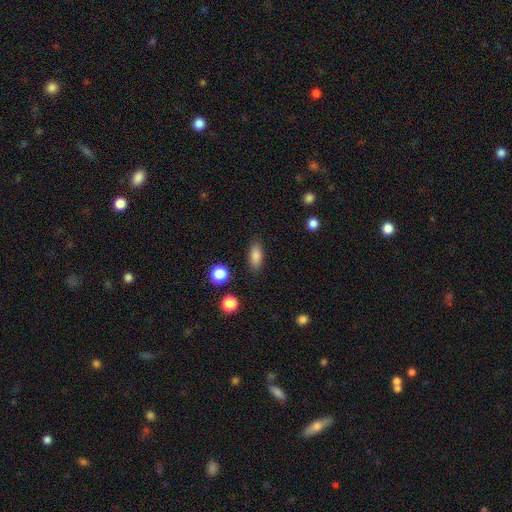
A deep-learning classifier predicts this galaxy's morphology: Smooth or featured? Predicted: smooth (p=0.84). How rounded? Predicted: in between (p=0.79). Merging? Predicted: none (p=0.86).